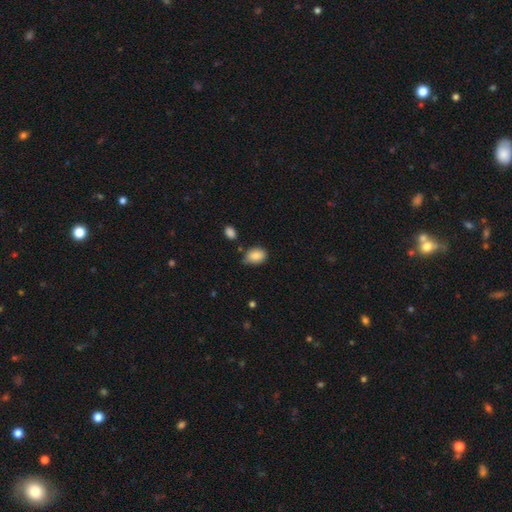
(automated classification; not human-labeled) This appears to be a smooth galaxy with no disk features (86%) that is in between round and cigar-shaped (79%). Merging: none (60%).